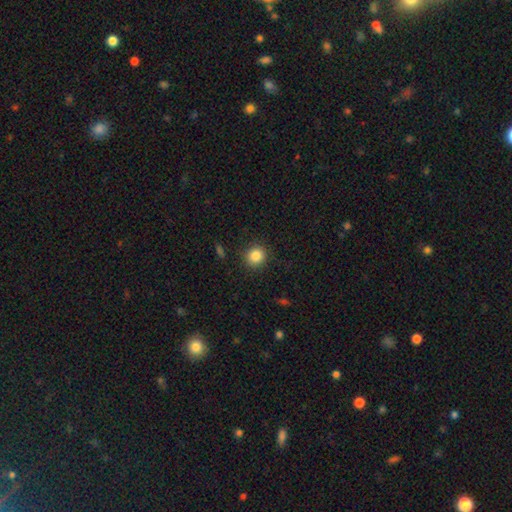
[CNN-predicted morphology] Overall: smooth (85%). How rounded: round (88%). Merging: none (89%).